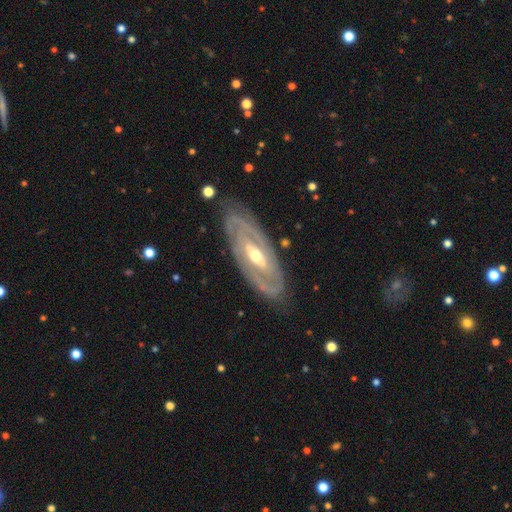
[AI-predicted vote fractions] This is clearly a featured or disk galaxy (87%). It is clearly not viewed edge-on (89%). Bar: marginally no (37%). Spiral arm pattern: clearly yes (89%). Spiral arm count: likely 2 (62%). Spiral winding: likely tight (69%). Central bulge: possibly moderate (58%). Merging: clearly none (81%).